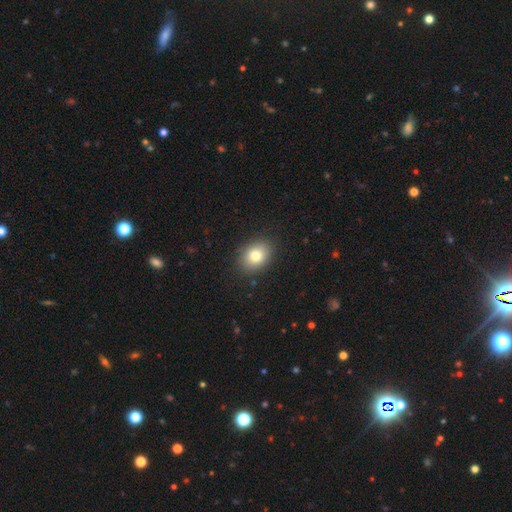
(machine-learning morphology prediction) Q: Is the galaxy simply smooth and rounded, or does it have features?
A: smooth — 80%.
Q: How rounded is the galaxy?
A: in between — 65%.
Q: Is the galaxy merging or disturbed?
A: none — 88%.